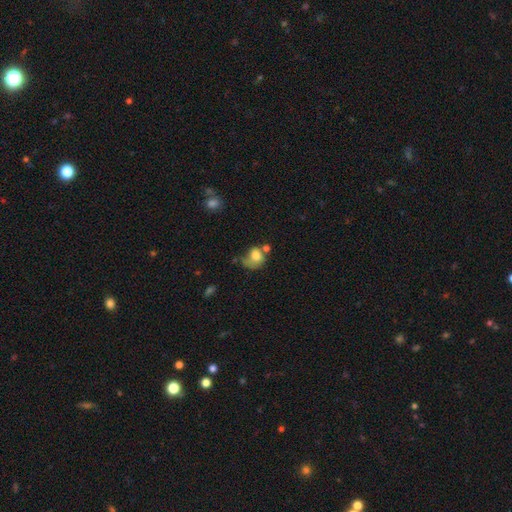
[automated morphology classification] A smooth galaxy with no disk features (74%) that is in between round and cigar-shaped (52%). Merging: none (27%, tied with major disturbance).